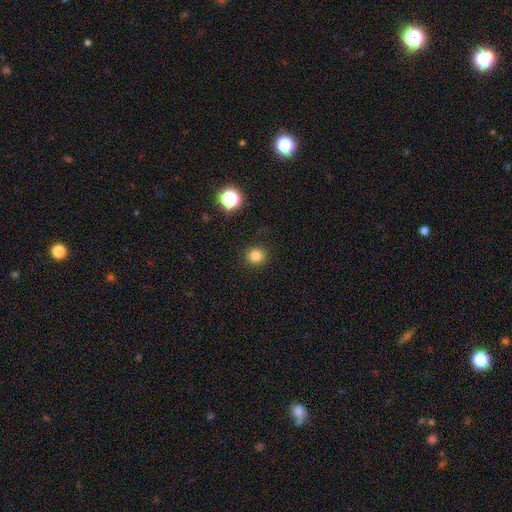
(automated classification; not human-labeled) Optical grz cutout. It shows a smooth galaxy with no disk features (82%) that is round (89%). Merging: none (89%).